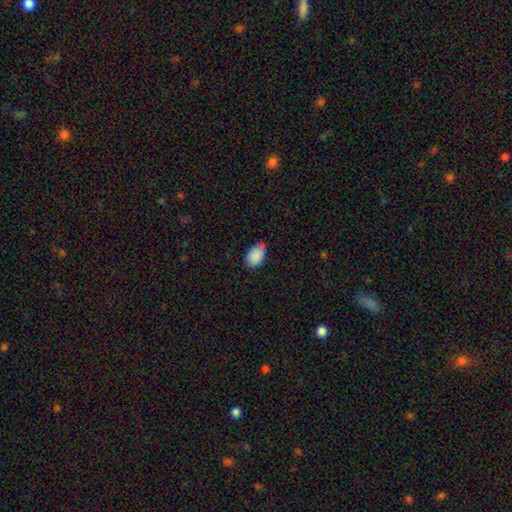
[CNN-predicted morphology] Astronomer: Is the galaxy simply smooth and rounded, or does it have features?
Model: smooth — 88%.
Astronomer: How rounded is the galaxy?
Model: in between — 90%.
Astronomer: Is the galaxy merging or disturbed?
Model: none — 65%.